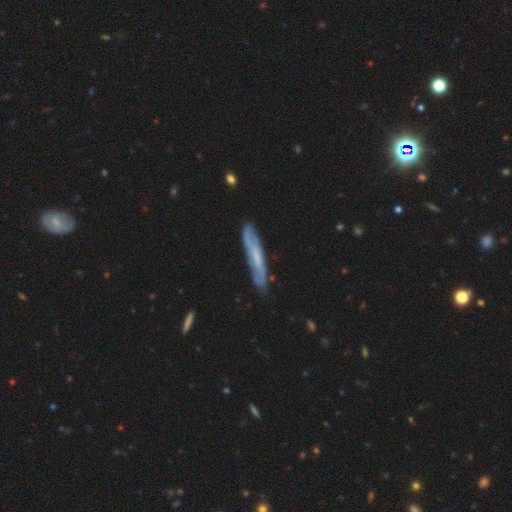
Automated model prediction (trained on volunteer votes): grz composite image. It shows a featured or disk galaxy (60%) viewed edge-on (62%). Merging: none (78%).